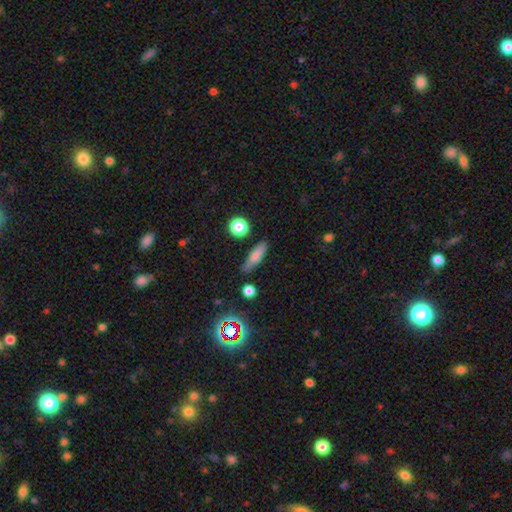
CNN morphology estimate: The model was most divided on "how rounded": cigar-shaped: 59%, in between: 36%, round: 5%. More confident: merging — none (78%); smooth or featured — smooth (73%).